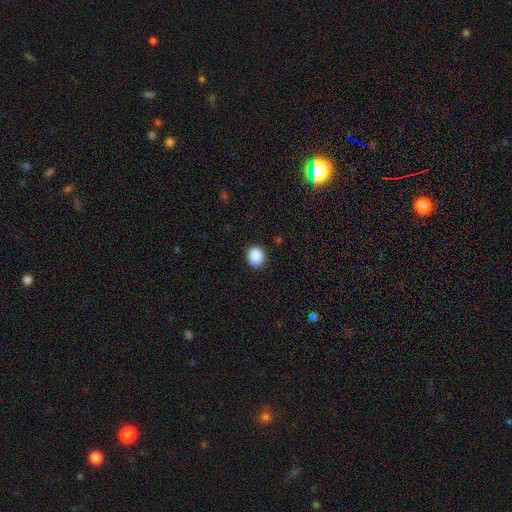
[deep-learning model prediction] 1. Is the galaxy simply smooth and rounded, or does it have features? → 88% smooth, 9% star or artifact, 3% featured or disk.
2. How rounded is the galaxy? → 82% round, 17% in between, 1% cigar-shaped.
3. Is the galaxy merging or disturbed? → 91% none, 6% minor disturbance, 2% major disturbance, 1% merger.